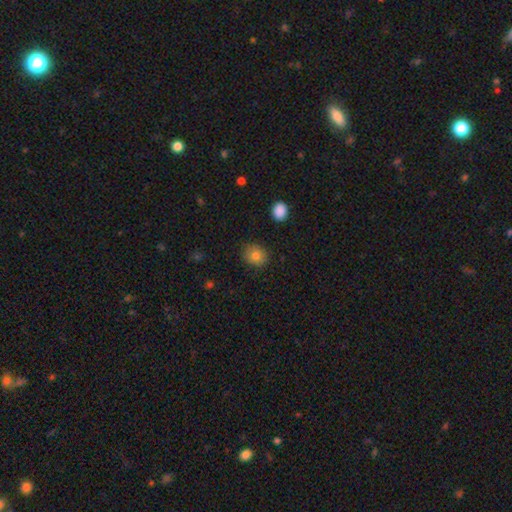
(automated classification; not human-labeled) This is clearly a smooth galaxy (82%). How rounded: likely round (69%). Merging: clearly none (86%).